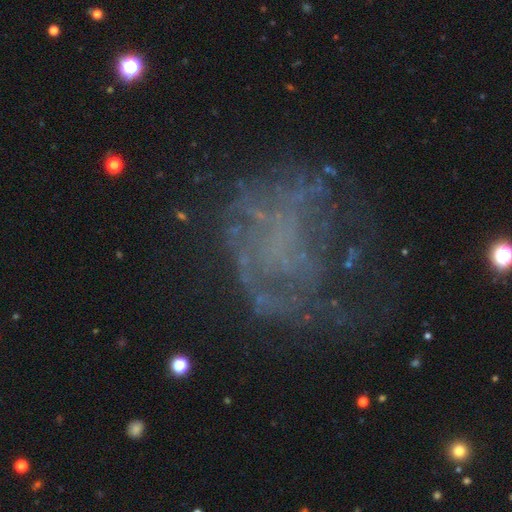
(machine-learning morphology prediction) A featured or disk galaxy (60%) with no bar (87%), no spiral arms (74%) and no central bulge (81%).

Vote fractions:
- Smooth or featured? featured or disk: 60% / star or artifact: 21% / smooth: 19%
- Edge-on disk? no: 98% / yes: 2%
- Bar? no: 87% / weak: 10% / strong: 3%
- Spiral arms? no: 74% / yes: 26%
- Bulge size? none: 81% / small: 10% / moderate: 5% / large: 3% / dominant: 1%
- Merging? none: 41% / major disturbance: 38% / minor disturbance: 17% / merger: 3%